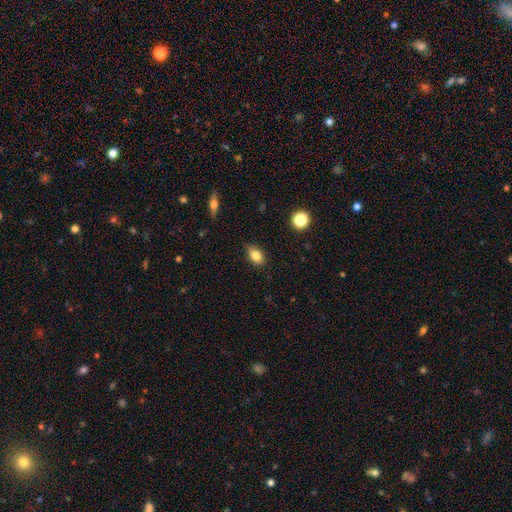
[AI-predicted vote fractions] smooth 83%, star or artifact 9%, featured or disk 7%. Down the decision tree: how rounded — in between (85%); merging — none (87%).